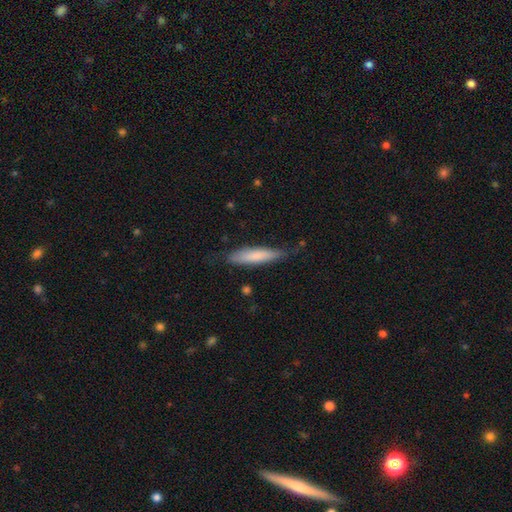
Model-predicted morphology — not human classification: smooth_or_featured: smooth (p=0.74) [alt: featured or disk p=0.20]
how_rounded: cigar-shaped (p=0.80) [alt: in between p=0.19]
merging: none (p=0.73) [alt: minor disturbance p=0.22]